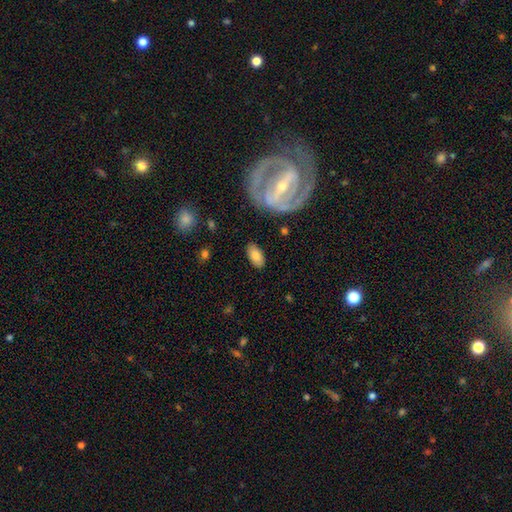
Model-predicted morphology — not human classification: This is likely a smooth galaxy (76%). How rounded: clearly in between (93%). Merging: clearly none (82%).